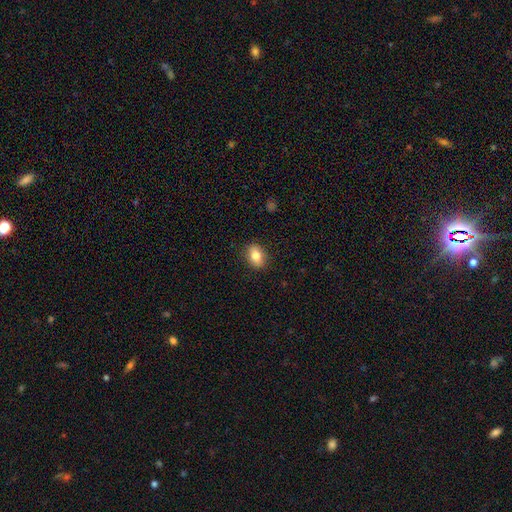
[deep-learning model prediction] Smooth or featured? Predicted: smooth (p=0.80). How rounded? Predicted: in between (p=0.73). Merging? Predicted: none (p=0.88).